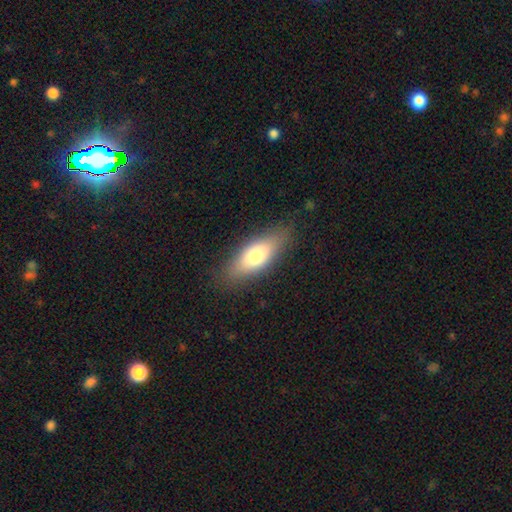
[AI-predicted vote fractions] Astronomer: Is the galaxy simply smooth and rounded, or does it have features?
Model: smooth — 72%.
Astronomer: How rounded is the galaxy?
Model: in between — 68%.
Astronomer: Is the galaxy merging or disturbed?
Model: none — 83%.